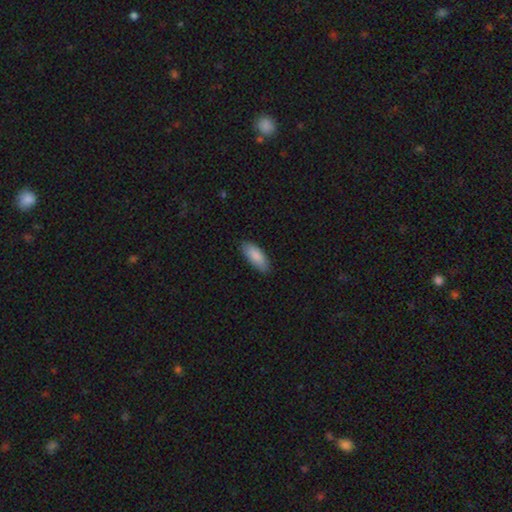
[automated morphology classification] The model was most divided on "how rounded": in between: 76%, cigar-shaped: 22%, round: 2%. More confident: smooth or featured — smooth (88%); merging — none (87%).